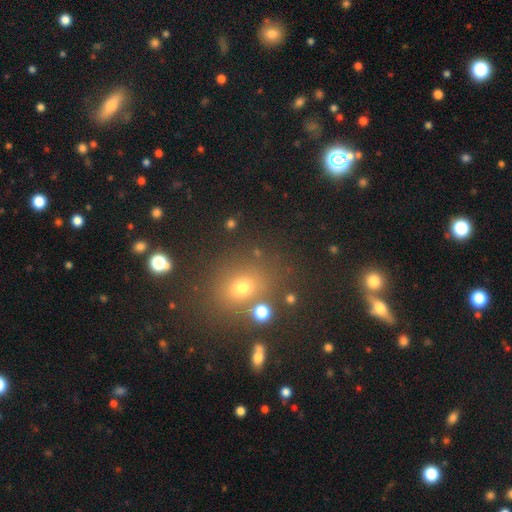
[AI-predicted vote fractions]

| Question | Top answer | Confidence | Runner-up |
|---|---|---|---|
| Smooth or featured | smooth | 56% | star or artifact (33%) |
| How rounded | round | 61% | in between (37%) |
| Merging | none | 80% | minor disturbance (9%) |